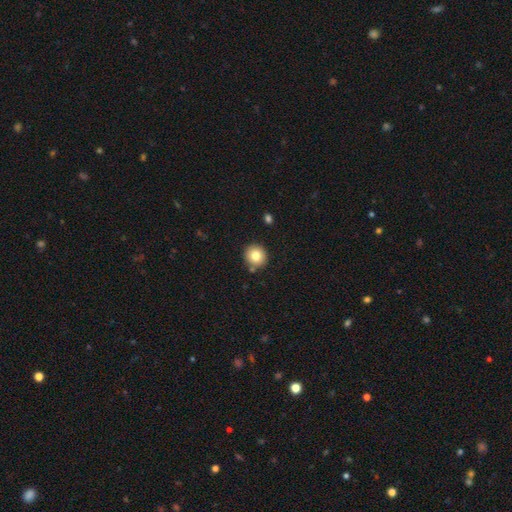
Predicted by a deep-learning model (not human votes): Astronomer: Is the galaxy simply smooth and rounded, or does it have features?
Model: smooth — 80%.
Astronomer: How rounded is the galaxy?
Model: round — 92%.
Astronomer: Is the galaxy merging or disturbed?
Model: none — 85%.